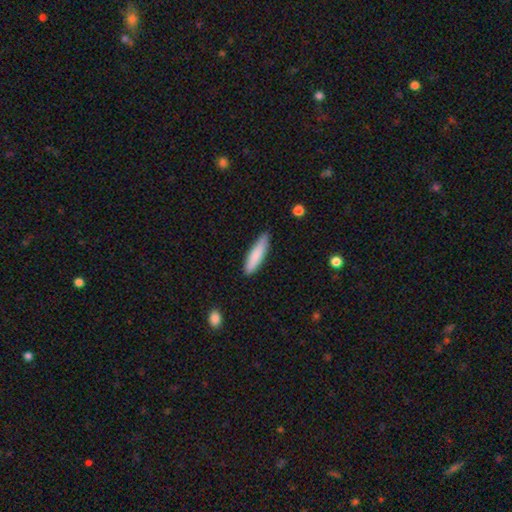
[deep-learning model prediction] This appears to be a smooth galaxy with no disk features (83%) that is cigar-shaped (76%). Merging: none (83%).